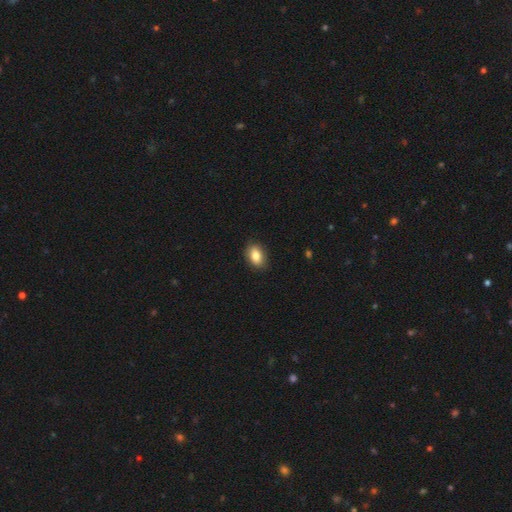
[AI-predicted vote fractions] This is clearly a smooth galaxy (84%). How rounded: clearly in between (83%). Merging: clearly none (88%).